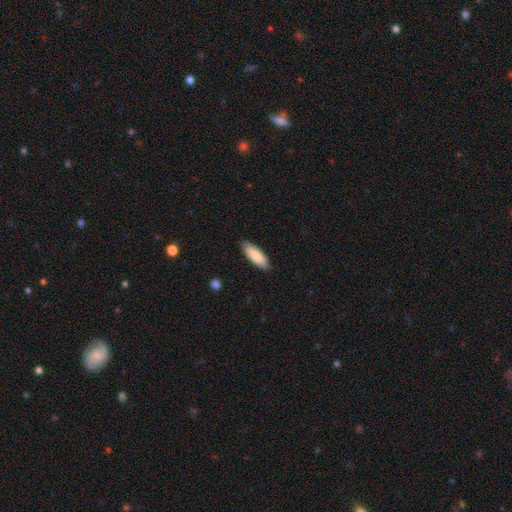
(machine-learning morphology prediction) This appears to be a smooth galaxy with no disk features (83%) that is in between round and cigar-shaped (62%). Merging: none (87%).